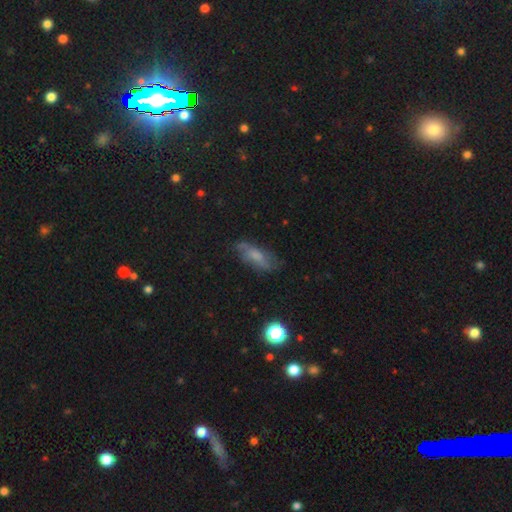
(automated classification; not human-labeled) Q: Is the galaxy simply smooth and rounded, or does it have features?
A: smooth — 48%.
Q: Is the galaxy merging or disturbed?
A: none — 64%.